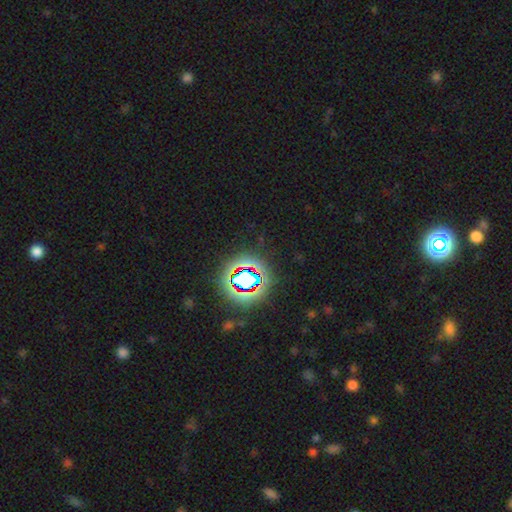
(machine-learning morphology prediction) Q: Smooth or featured?
A: star or artifact (76%); runner-up: smooth (15%)